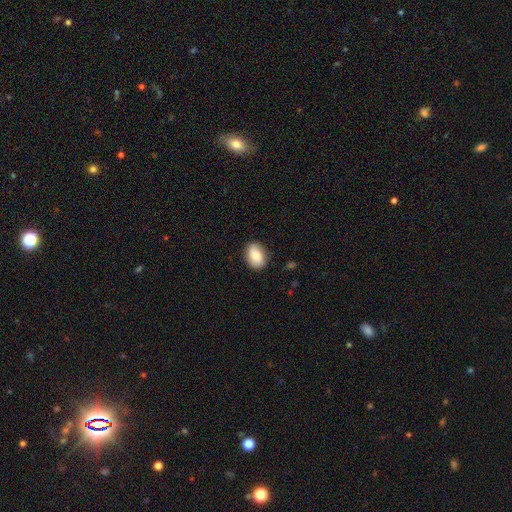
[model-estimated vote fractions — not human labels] Q: Smooth or featured?
A: smooth (78%); runner-up: featured or disk (15%)
Q: How rounded?
A: in between (76%); runner-up: round (22%)
Q: Merging?
A: none (84%); runner-up: minor disturbance (13%)